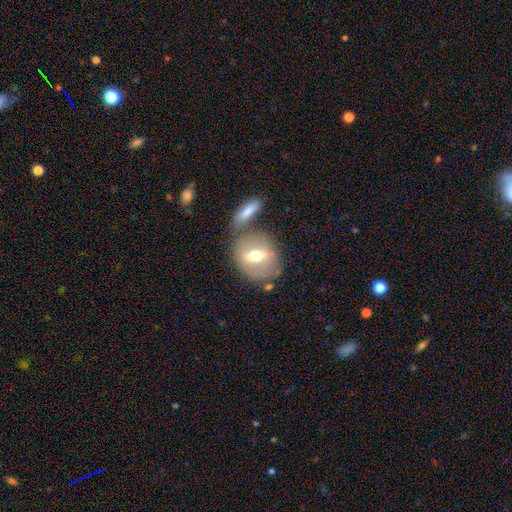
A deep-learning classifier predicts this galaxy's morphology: smooth-or-featured: featured or disk: 50% | smooth: 42% | star or artifact: 8%
  disk-edge-on: no: 77% | yes: 23%
  merging: none: 55% | merger: 24% | minor disturbance: 14% | major disturbance: 6%